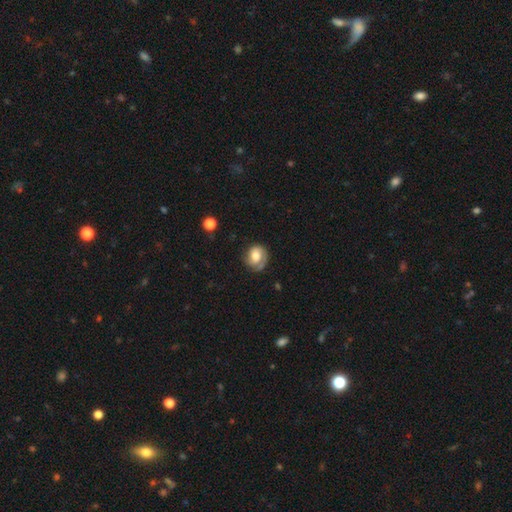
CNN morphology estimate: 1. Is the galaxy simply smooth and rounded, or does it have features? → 48% smooth, 44% featured or disk, 8% star or artifact.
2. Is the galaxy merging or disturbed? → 60% none, 24% minor disturbance, 13% major disturbance, 3% merger.